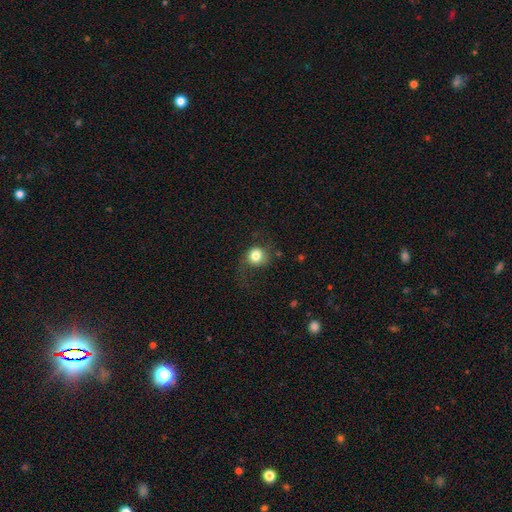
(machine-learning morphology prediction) smooth 74%, featured or disk 16%, star or artifact 10%. Down the decision tree: how rounded — round (81%); merging — none (54%).